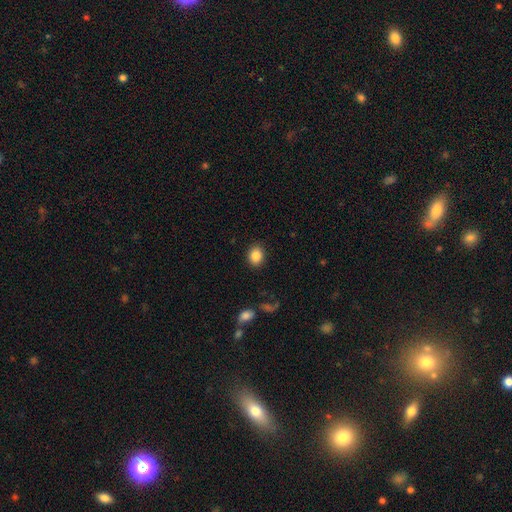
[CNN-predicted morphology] This appears to be a smooth galaxy with no disk features (86%) that is round (55%). Merging: none (88%).